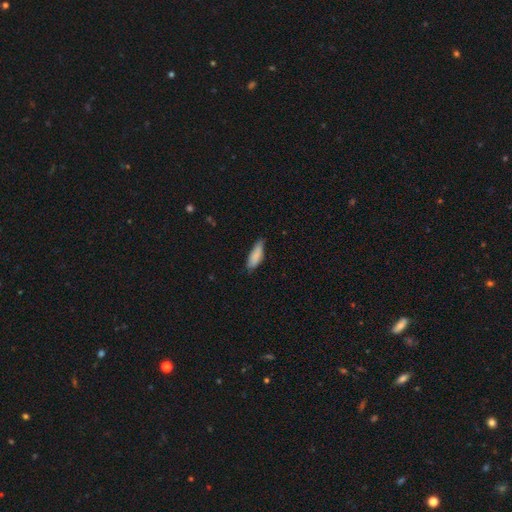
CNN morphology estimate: This appears to be a smooth galaxy with no disk features (86%) that is in between round and cigar-shaped (53%). Merging: none (71%).